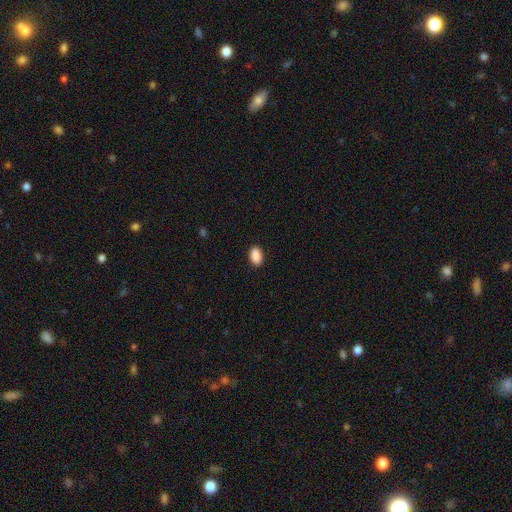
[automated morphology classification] This appears to be a smooth galaxy with no disk features (90%) that is in between round and cigar-shaped (91%). Merging: none (89%).